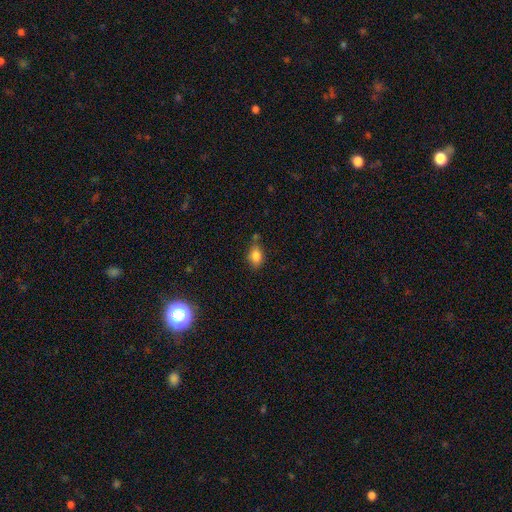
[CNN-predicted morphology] Smooth or featured: smooth — 84% (star or artifact — 9%)
How rounded: in between — 74% (round — 24%)
Merging: none — 68% (minor disturbance — 19%)